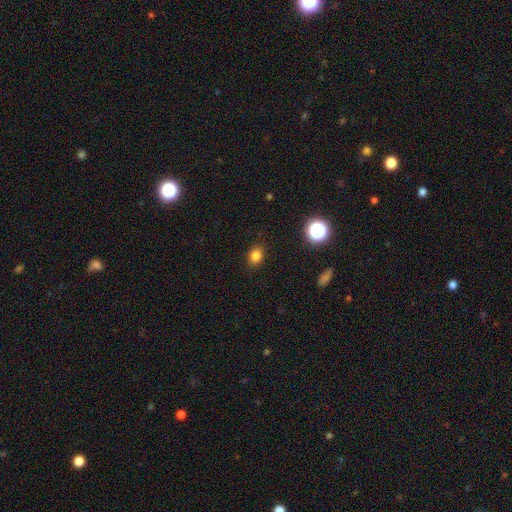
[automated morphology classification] Overall: smooth (81%). How rounded: in between (54%; round 45%). Merging: none (88%).